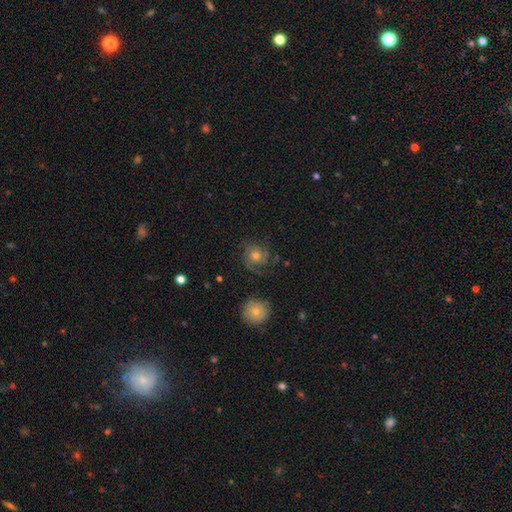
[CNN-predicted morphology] Smooth or featured: featured or disk — 64% (smooth — 23%)
Edge-on disk: no — 97% (yes — 3%)
Bar: no — 79% (weak — 18%)
Spiral arms: yes — 93% (no — 7%)
Spiral winding: tight — 45% (medium — 42%)
Spiral arm count: 3 — 36% (2 — 24%)
Bulge size: moderate — 62% (small — 26%)
Merging: none — 72% (minor disturbance — 16%)